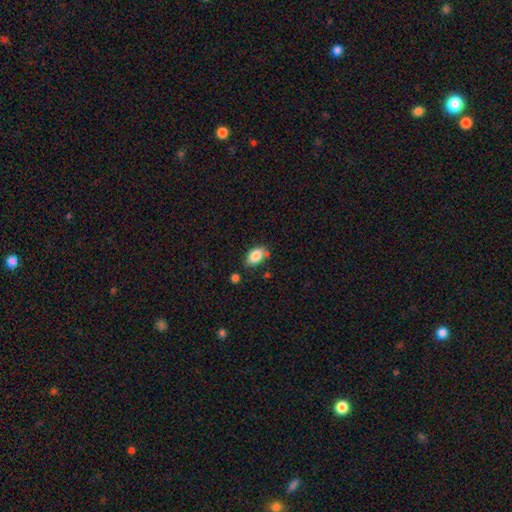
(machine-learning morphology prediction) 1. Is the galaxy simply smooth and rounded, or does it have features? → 84% smooth, 8% featured or disk, 7% star or artifact.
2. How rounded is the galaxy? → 91% in between, 6% round, 3% cigar-shaped.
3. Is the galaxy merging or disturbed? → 73% none, 18% minor disturbance, 5% merger, 4% major disturbance.